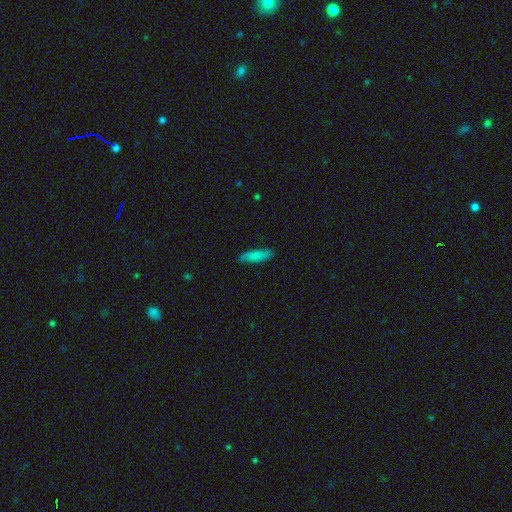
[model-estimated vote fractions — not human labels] A smooth galaxy with no disk features (80%) that is cigar-shaped (53%). Merging: none (78%).